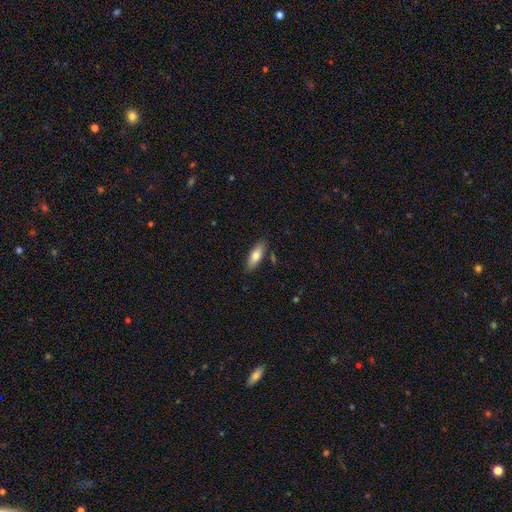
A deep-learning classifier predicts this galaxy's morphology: smooth_or_featured: smooth (p=0.77) [alt: featured or disk p=0.17]
how_rounded: in between (p=0.67) [alt: cigar-shaped p=0.31]
merging: none (p=0.83) [alt: minor disturbance p=0.12]